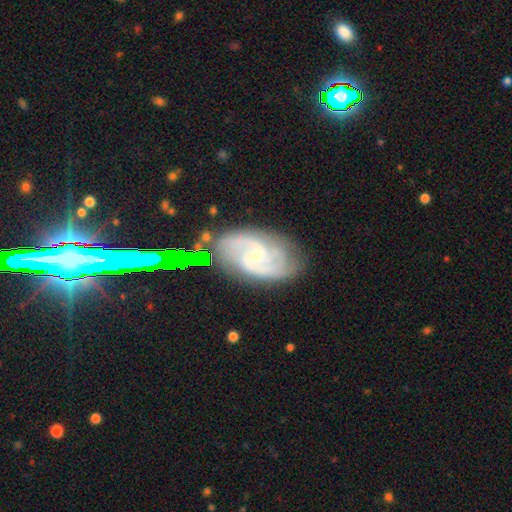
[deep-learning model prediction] featured or disk 85%, smooth 8%, star or artifact 6%. Down the decision tree: edge-on disk — no (97%); bar — no (49%); spiral arms — yes (97%); spiral arm count — 2 (63%); spiral winding — medium (48%); bulge size — small (78%); merging — none (72%).